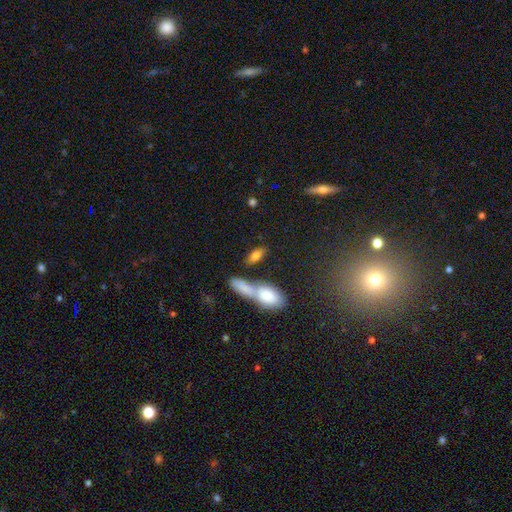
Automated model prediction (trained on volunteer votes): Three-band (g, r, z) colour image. It shows a smooth galaxy with no disk features (76%) that is in between round and cigar-shaped (73%). Merging: none (55%).